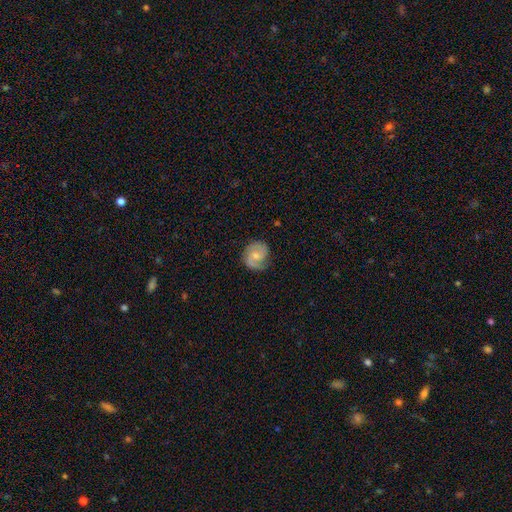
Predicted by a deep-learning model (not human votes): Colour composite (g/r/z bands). It shows a featured or disk galaxy (77%) with no bar (53%), 2 (83%) medium (48%) spiral arms (96%) and a small central bulge (49%). Merging: none (77%).